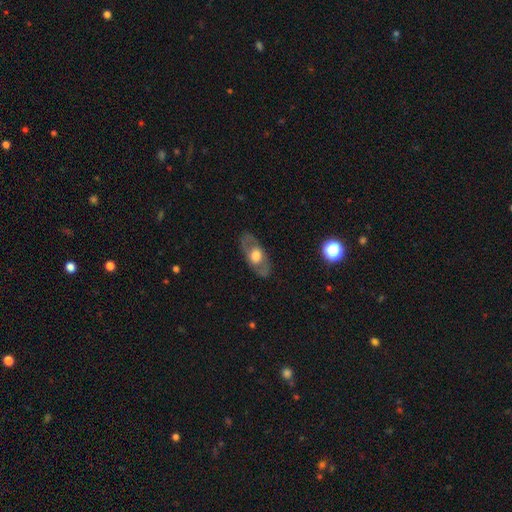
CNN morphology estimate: A featured or disk galaxy (53%). Merging: none (82%).